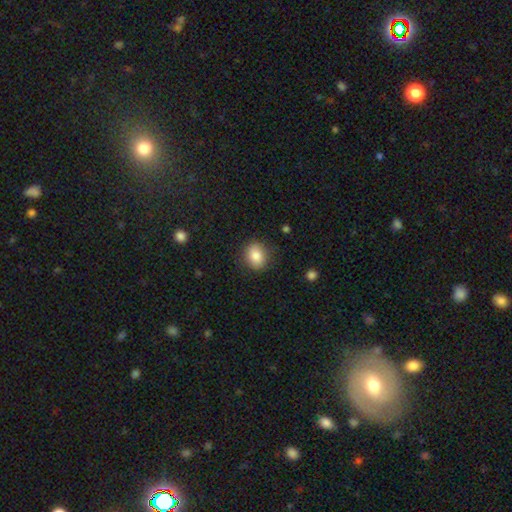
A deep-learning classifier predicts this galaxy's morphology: Overall: smooth (85%). How rounded: round (52%; in between 47%). Merging: none (84%).